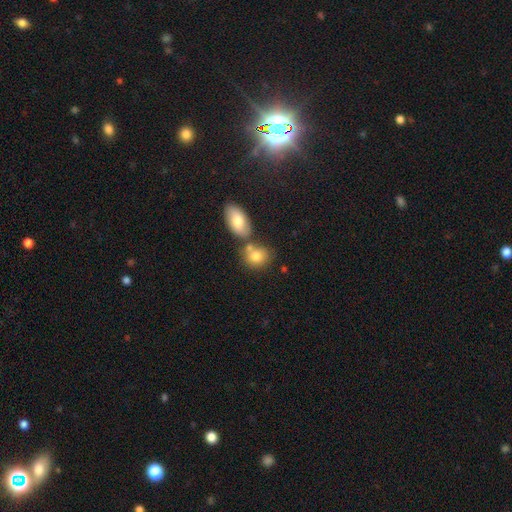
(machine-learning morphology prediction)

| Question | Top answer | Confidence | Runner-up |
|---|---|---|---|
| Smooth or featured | smooth | 80% | featured or disk (11%) |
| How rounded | in between | 51% | round (47%) |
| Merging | none | 51% | merger (34%) |